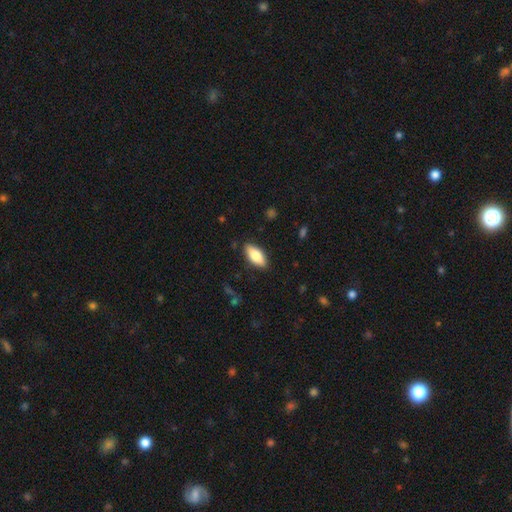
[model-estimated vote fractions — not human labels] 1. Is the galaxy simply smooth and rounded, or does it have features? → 78% smooth, 16% featured or disk, 6% star or artifact.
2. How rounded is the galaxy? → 84% in between, 14% cigar-shaped, 2% round.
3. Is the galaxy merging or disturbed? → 87% none, 10% minor disturbance, 2% major disturbance, 1% merger.